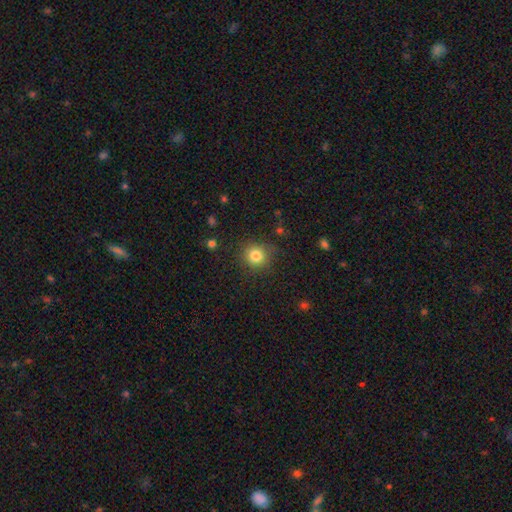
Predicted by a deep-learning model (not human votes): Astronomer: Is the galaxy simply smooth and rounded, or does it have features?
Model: smooth — 82%.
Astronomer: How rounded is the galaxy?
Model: round — 90%.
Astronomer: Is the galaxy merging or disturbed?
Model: none — 85%.